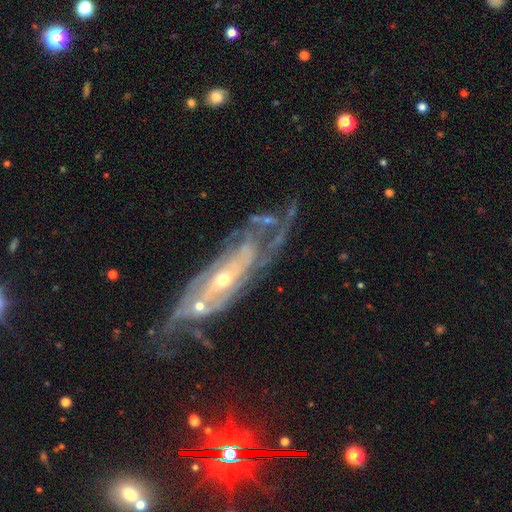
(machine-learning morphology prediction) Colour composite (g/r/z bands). It shows a featured or disk galaxy (86%) with no bar (59%), tight (56%) spiral arms (90%) and a small central bulge (49%). Merging: none (45%).